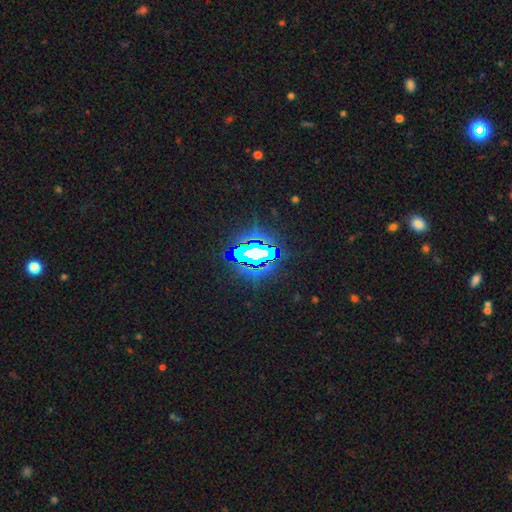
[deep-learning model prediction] smooth_or_featured: star or artifact (p=0.71) [alt: featured or disk p=0.15]